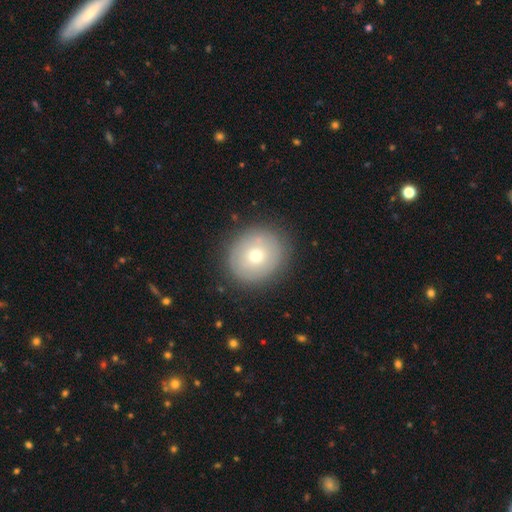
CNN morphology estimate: Overall: smooth (64%; featured or disk 27%). How rounded: round (82%). Merging: none (86%).